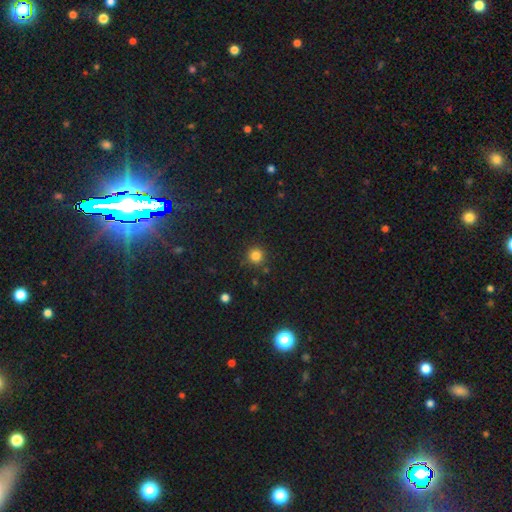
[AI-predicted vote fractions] Smooth or featured? Predicted: smooth (p=0.81). How rounded? Predicted: round (p=0.94). Merging? Predicted: none (p=0.87).